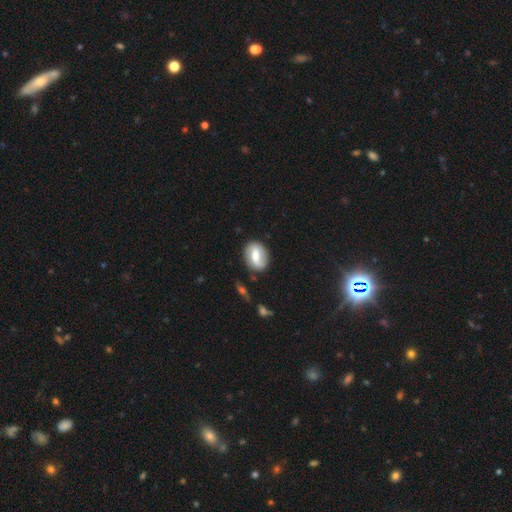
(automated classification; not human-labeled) Smooth or featured?
  - featured or disk: 51% *
  - smooth: 42%
  - star or artifact: 6%
Edge-on disk?
  - no: 94% *
  - yes: 6%
Merging?
  - none: 80% *
  - minor disturbance: 14%
  - major disturbance: 4%
  - merger: 2%